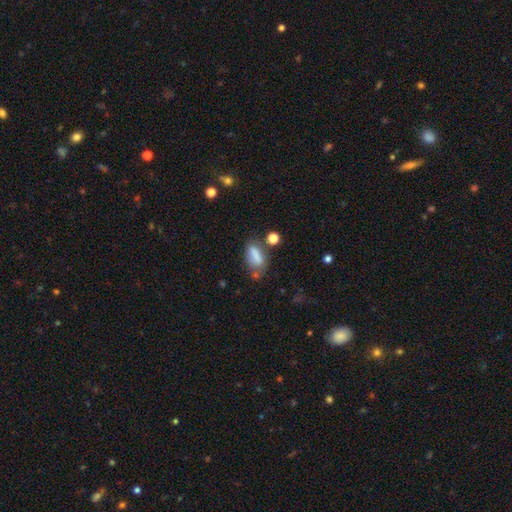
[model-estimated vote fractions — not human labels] Smooth or featured? smooth (74%)
How rounded? in between (74%)
Merging? none (46%)